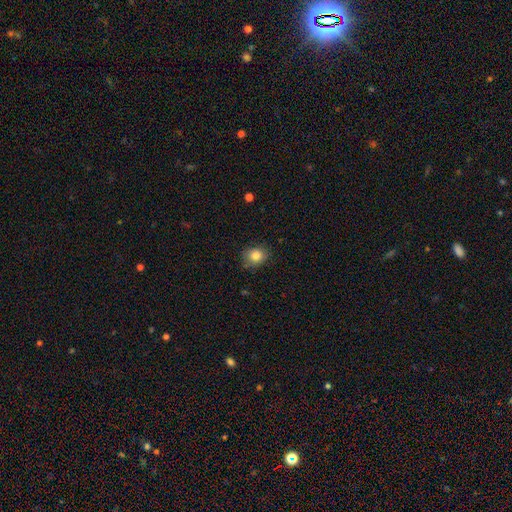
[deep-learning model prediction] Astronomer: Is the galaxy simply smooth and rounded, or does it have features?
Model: smooth — 84%.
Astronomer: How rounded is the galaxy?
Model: round — 63%.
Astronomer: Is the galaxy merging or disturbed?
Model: none — 79%.